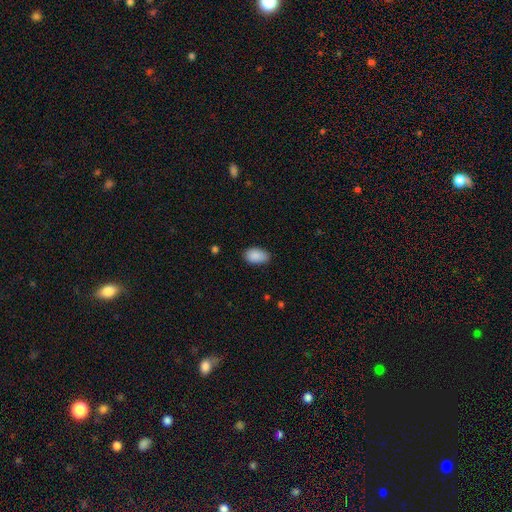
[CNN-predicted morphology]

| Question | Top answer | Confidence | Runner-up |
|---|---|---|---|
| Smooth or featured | smooth | 89% | star or artifact (7%) |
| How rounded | in between | 92% | round (7%) |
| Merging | none | 77% | minor disturbance (18%) |